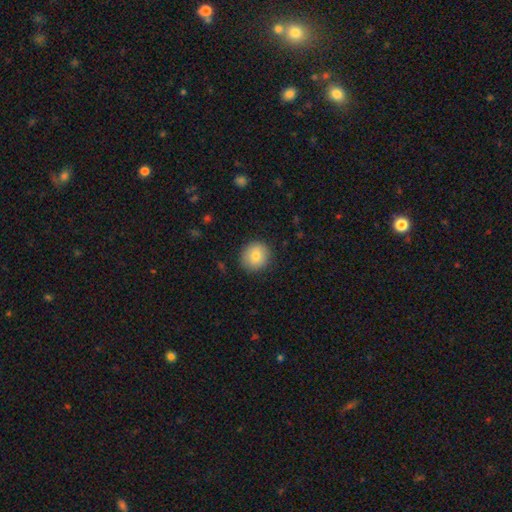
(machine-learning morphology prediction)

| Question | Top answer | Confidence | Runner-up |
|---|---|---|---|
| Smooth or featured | smooth | 81% | featured or disk (11%) |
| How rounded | round | 91% | in between (9%) |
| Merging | none | 89% | minor disturbance (8%) |